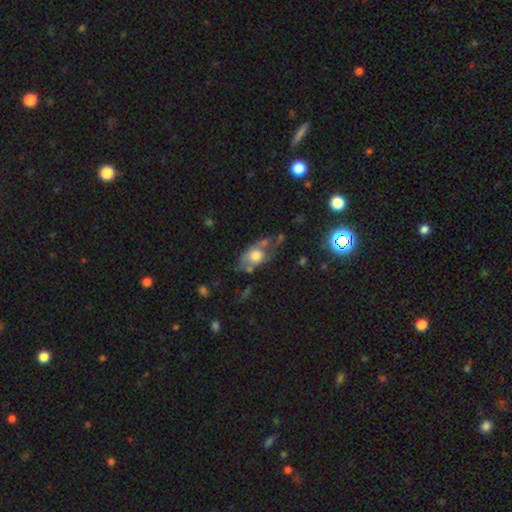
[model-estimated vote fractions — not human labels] A smooth galaxy with no disk features (57%) that is in between round and cigar-shaped (78%). Merging: none (39%).